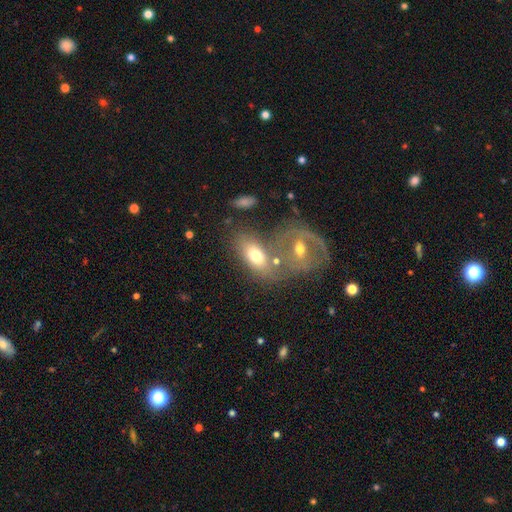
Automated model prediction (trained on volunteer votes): Overall: smooth (61%; featured or disk 30%). How rounded: in between (85%). Merging: none (40%, tied with merger).